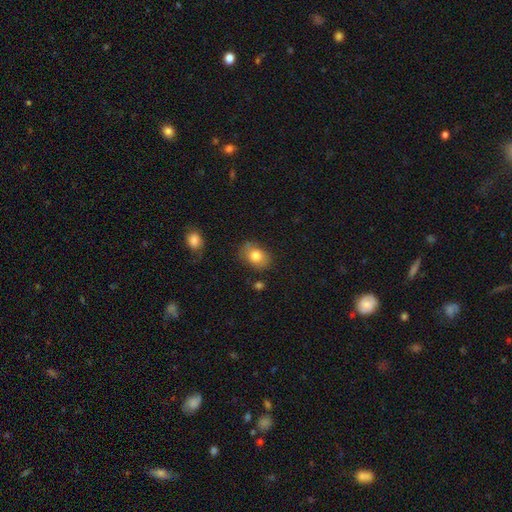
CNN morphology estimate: type=smooth (80%); roundness=in between (67%); merging=none (75%).